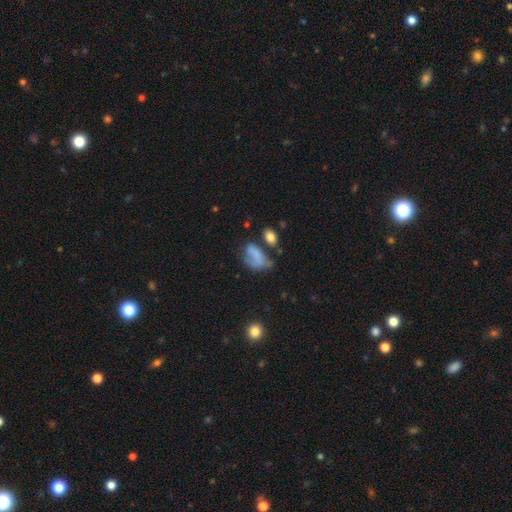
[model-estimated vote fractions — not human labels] A smooth galaxy with no disk features (65%) that is in between round and cigar-shaped (85%). Merging: major disturbance (31%).